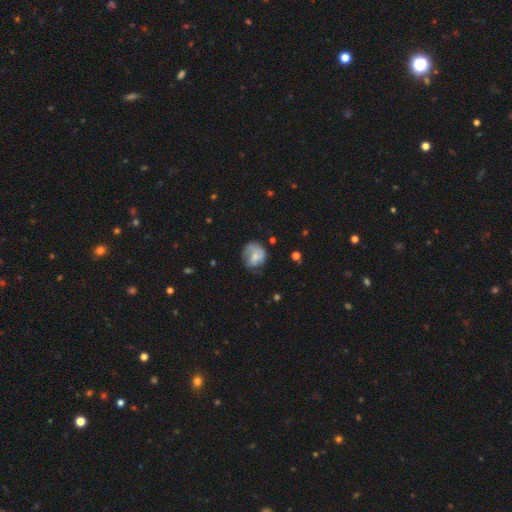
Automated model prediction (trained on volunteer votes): Overall: smooth (54%; featured or disk 38%). How rounded: round (71%). Merging: none (52%; minor disturbance 28%).